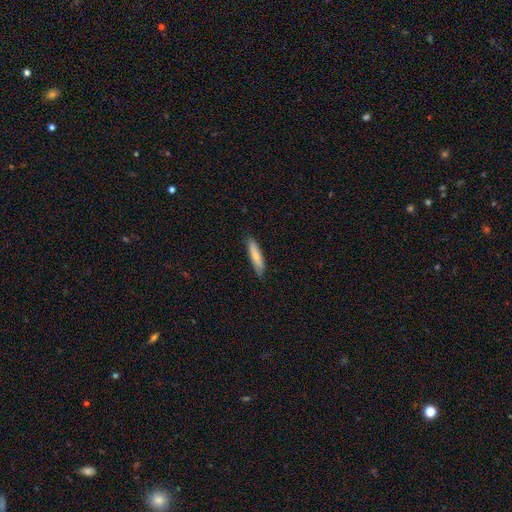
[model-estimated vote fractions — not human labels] Q: Smooth or featured?
A: smooth (77%); runner-up: featured or disk (17%)
Q: How rounded?
A: cigar-shaped (79%); runner-up: in between (20%)
Q: Merging?
A: none (86%); runner-up: minor disturbance (11%)